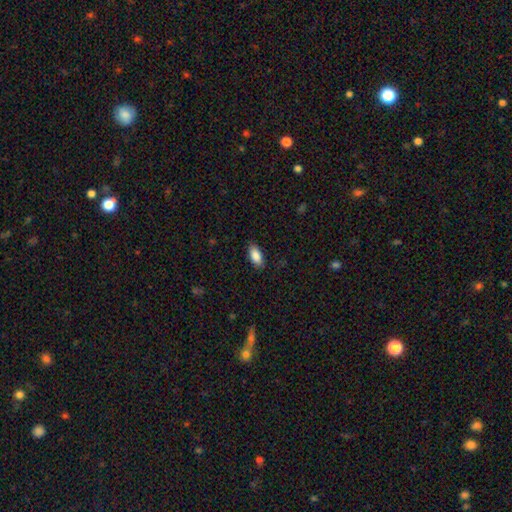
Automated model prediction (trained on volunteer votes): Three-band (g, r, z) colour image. It shows a smooth galaxy with no disk features (88%) that is in between round and cigar-shaped (90%). Merging: none (86%).